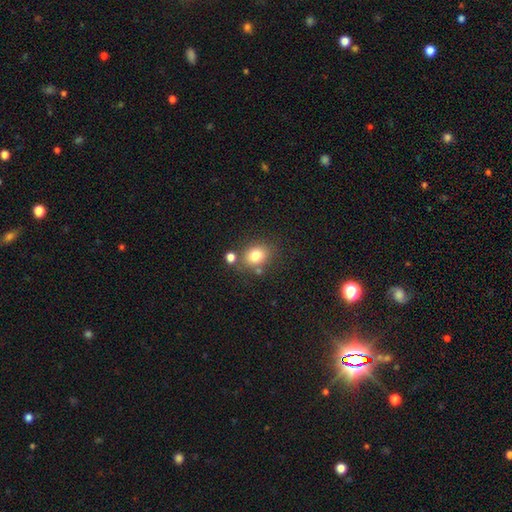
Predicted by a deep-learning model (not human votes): Q: Smooth or featured?
A: smooth (80%); runner-up: star or artifact (12%)
Q: How rounded?
A: round (56%); runner-up: in between (43%)
Q: Merging?
A: none (70%); runner-up: merger (13%)